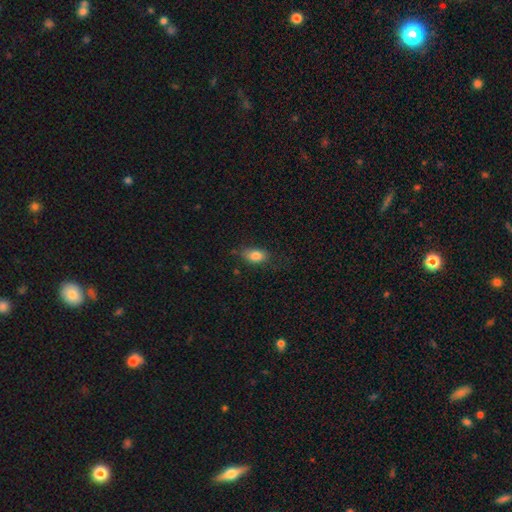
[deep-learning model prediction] Smooth or featured? smooth (83%)
How rounded? in between (84%)
Merging? none (68%)